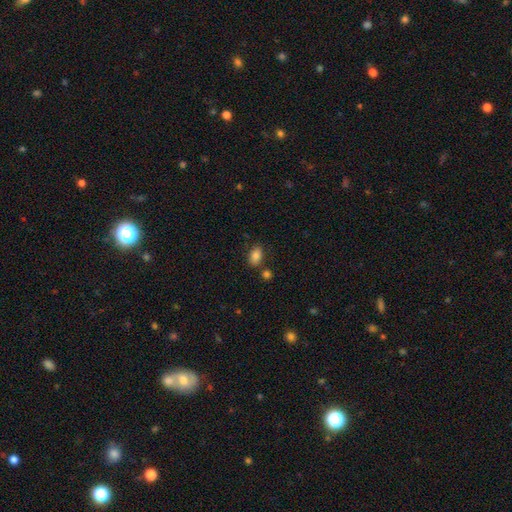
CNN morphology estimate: smooth-or-featured: smooth: 83% | star or artifact: 9% | featured or disk: 7%
  how-rounded: in between: 86% | round: 12% | cigar-shaped: 2%
  merging: none: 76% | minor disturbance: 12% | merger: 9% | major disturbance: 3%